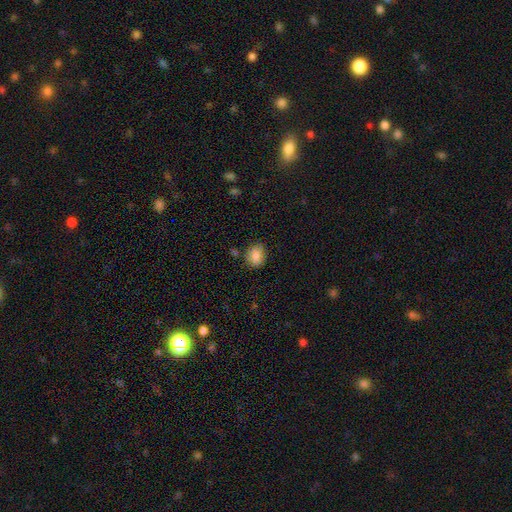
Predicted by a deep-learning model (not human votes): Overall: smooth (85%). How rounded: in between (53%; round 46%). Merging: none (78%).